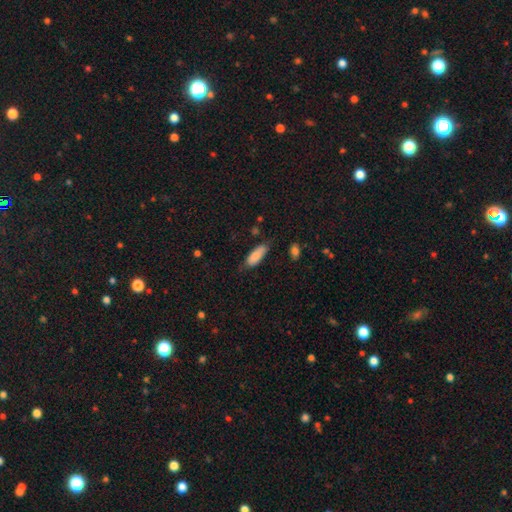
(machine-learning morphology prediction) Smooth or featured? Predicted: smooth (p=0.84). How rounded? Predicted: in between (p=0.71). Merging? Predicted: none (p=0.66).